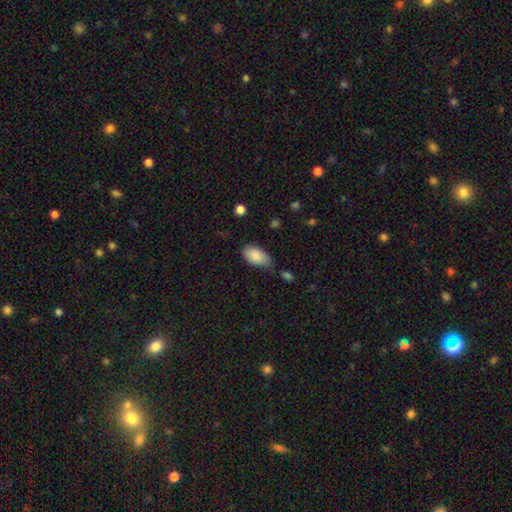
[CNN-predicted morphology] A smooth galaxy with no disk features (86%) that is in between round and cigar-shaped (94%). Merging: none (56%).